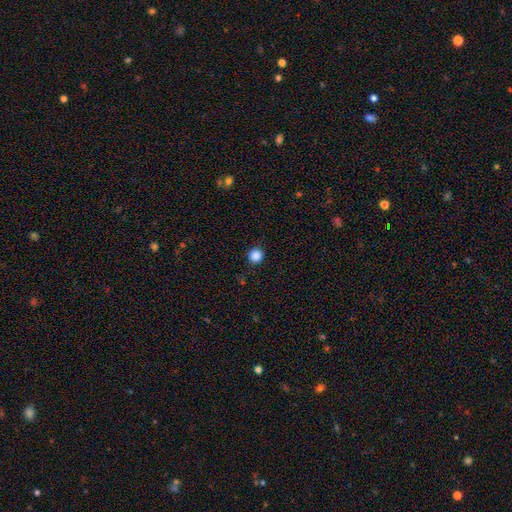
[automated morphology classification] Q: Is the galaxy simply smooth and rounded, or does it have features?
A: smooth — 86%.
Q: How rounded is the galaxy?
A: round — 94%.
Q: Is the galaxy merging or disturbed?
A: none — 89%.